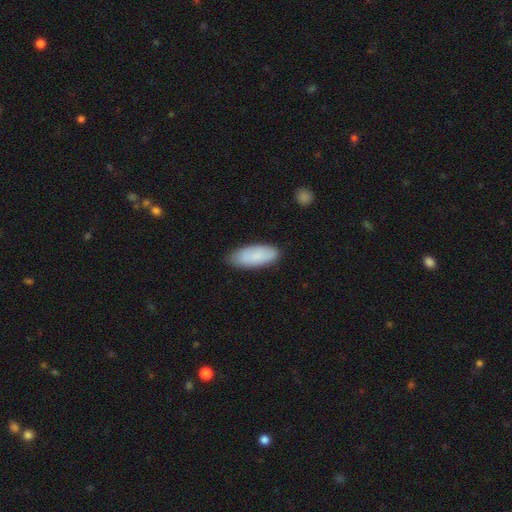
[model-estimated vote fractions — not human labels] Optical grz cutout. It shows a smooth galaxy with no disk features (84%) that is in between round and cigar-shaped (79%). Merging: none (80%).